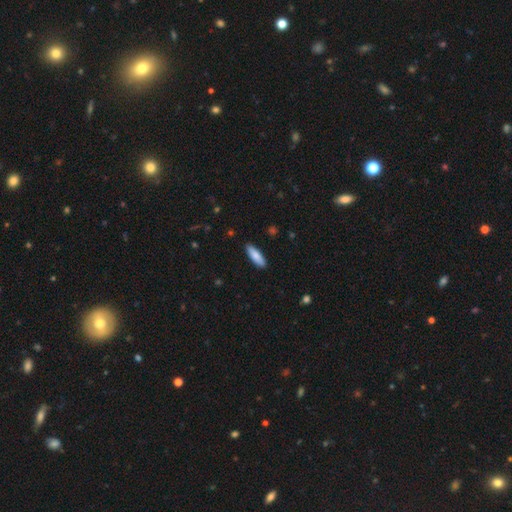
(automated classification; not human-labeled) smooth 84%, featured or disk 10%, star or artifact 5%. Down the decision tree: how rounded — cigar-shaped (49%, tied with in between); merging — none (89%).